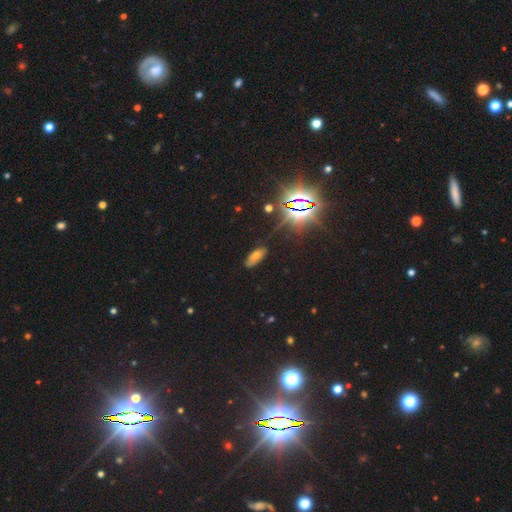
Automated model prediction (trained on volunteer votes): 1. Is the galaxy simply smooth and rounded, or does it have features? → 47% smooth, 37% star or artifact, 15% featured or disk.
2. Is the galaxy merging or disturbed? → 77% none, 16% minor disturbance, 5% major disturbance, 2% merger.